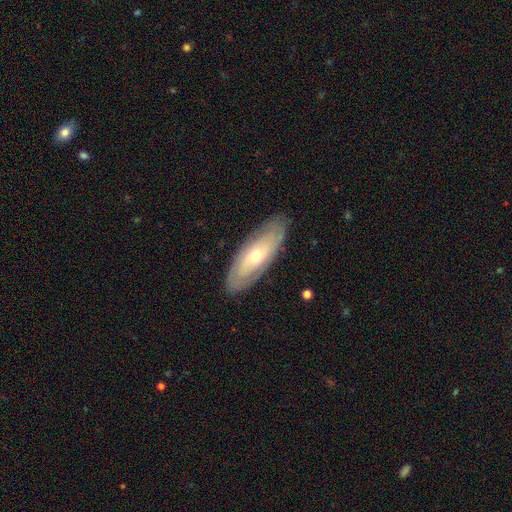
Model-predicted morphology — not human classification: Overall: featured or disk (57%; smooth 37%). Edge-on disk: no (76%). Merging: none (84%).